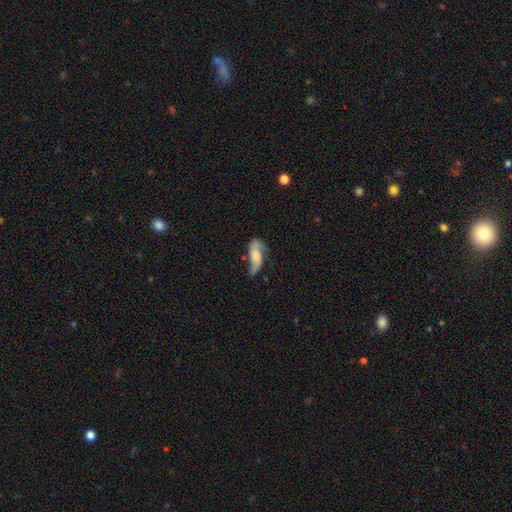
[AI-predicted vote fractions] Smooth or featured?
  - featured or disk: 53% *
  - smooth: 40%
  - star or artifact: 8%
Edge-on disk?
  - no: 88% *
  - yes: 12%
Merging?
  - none: 42% *
  - minor disturbance: 30%
  - major disturbance: 23%
  - merger: 6%